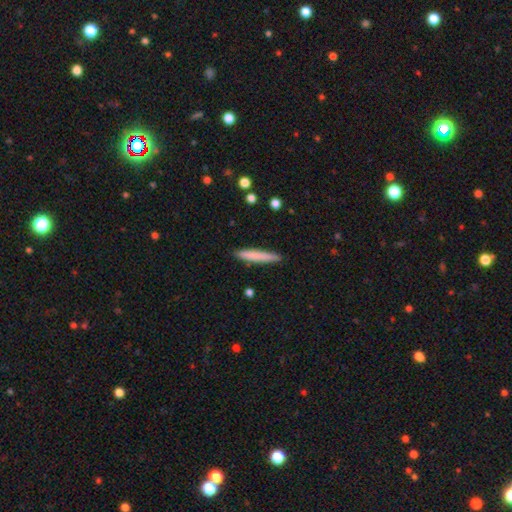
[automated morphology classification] This appears to be a smooth galaxy with no disk features (78%) that is cigar-shaped (95%). Merging: none (89%).